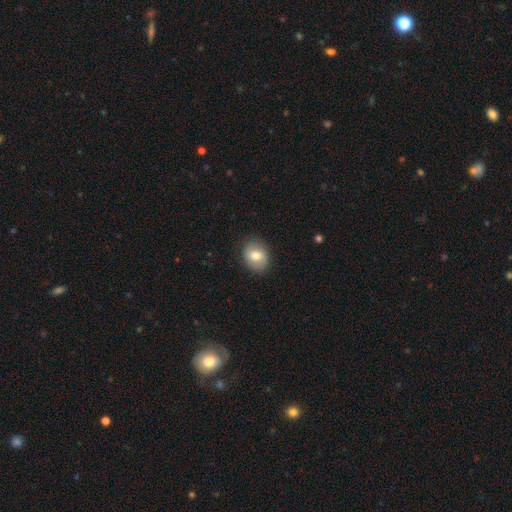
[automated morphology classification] Smooth or featured? smooth (72%)
How rounded? round (55%)
Merging? none (85%)